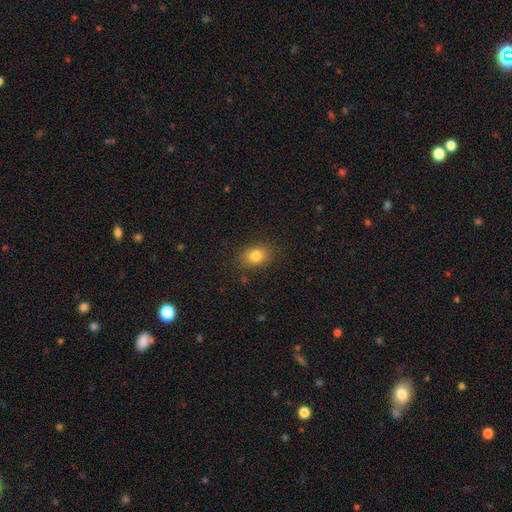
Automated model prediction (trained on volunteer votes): This appears to be a smooth galaxy with no disk features (82%) that is in between round and cigar-shaped (60%). Merging: none (85%).